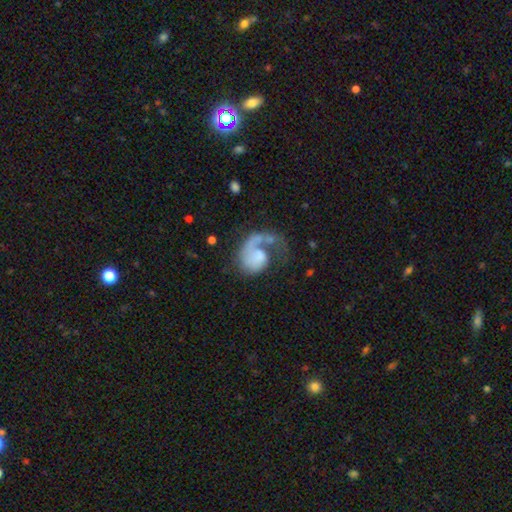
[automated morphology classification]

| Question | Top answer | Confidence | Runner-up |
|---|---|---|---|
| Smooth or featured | featured or disk | 65% | smooth (28%) |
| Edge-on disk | no | 98% | yes (2%) |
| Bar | no | 78% | weak (18%) |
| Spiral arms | yes | 82% | no (18%) |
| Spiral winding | loose | 52% | medium (29%) |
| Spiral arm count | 1 | 90% | 2 (4%) |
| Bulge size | none | 34% | moderate (24%) |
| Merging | major disturbance | 50% | none (28%) |